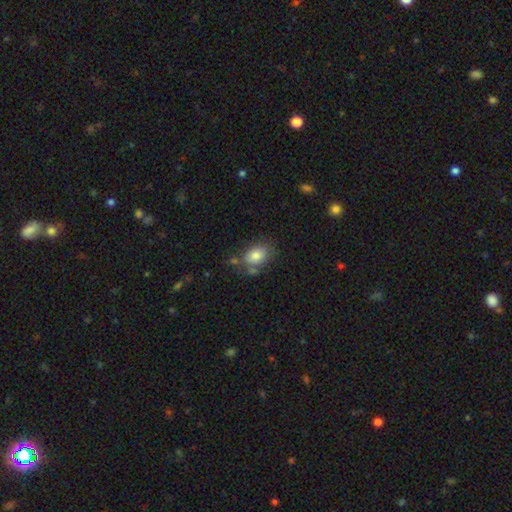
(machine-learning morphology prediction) Smooth or featured?
  - smooth: 80% *
  - featured or disk: 12%
  - star or artifact: 8%
How rounded?
  - in between: 81% *
  - round: 18%
  - cigar-shaped: 1%
Merging?
  - none: 60% *
  - minor disturbance: 22%
  - merger: 11%
  - major disturbance: 8%